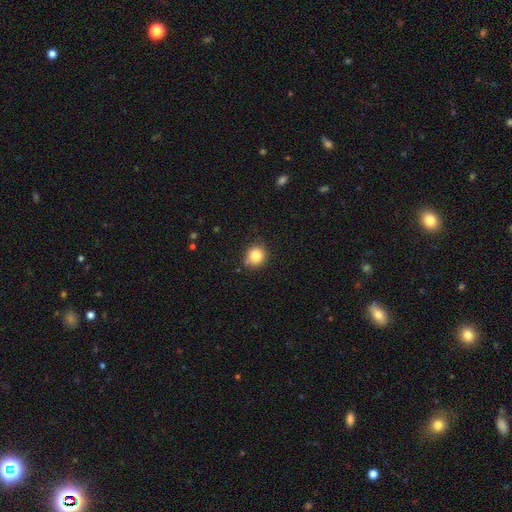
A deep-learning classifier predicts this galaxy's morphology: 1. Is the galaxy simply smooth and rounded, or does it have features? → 83% smooth, 10% star or artifact, 6% featured or disk.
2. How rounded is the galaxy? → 88% round, 11% in between, 1% cigar-shaped.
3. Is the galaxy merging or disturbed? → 81% none, 12% minor disturbance, 4% merger, 3% major disturbance.